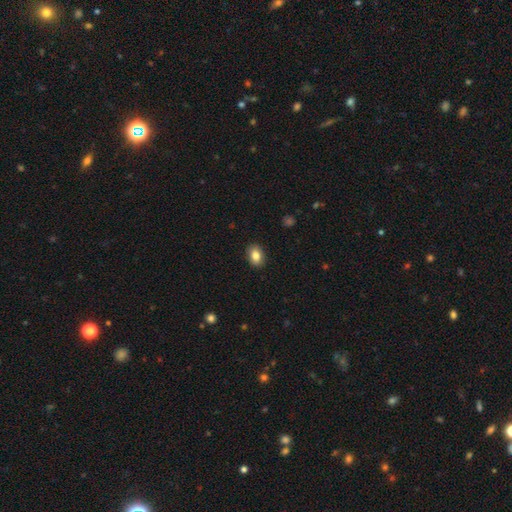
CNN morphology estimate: A smooth galaxy with no disk features (84%) that is in between round and cigar-shaped (77%). Merging: none (89%).